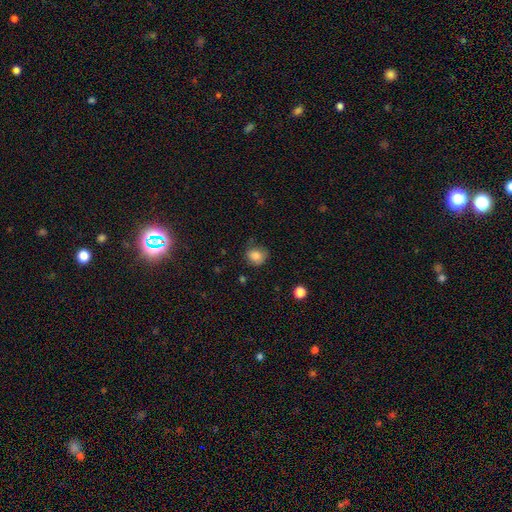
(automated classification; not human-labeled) Smooth or featured?
  - smooth: 84% *
  - star or artifact: 10%
  - featured or disk: 6%
How rounded?
  - round: 69% *
  - in between: 30%
  - cigar-shaped: 1%
Merging?
  - none: 64% *
  - minor disturbance: 27%
  - major disturbance: 8%
  - merger: 2%